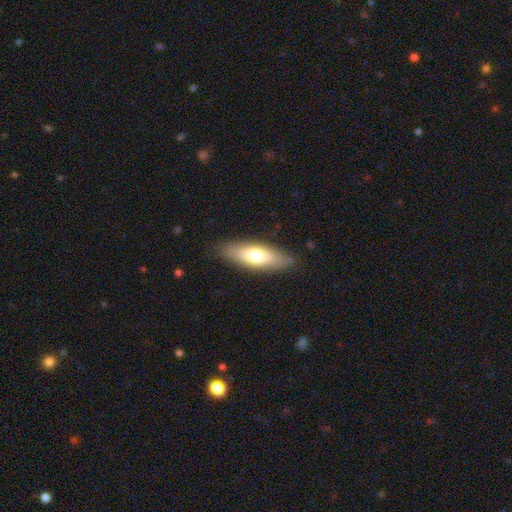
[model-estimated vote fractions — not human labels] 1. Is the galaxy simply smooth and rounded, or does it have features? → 66% smooth, 28% featured or disk, 6% star or artifact.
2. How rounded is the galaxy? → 65% in between, 33% cigar-shaped, 2% round.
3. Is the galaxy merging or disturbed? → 85% none, 11% minor disturbance, 3% major disturbance, 1% merger.